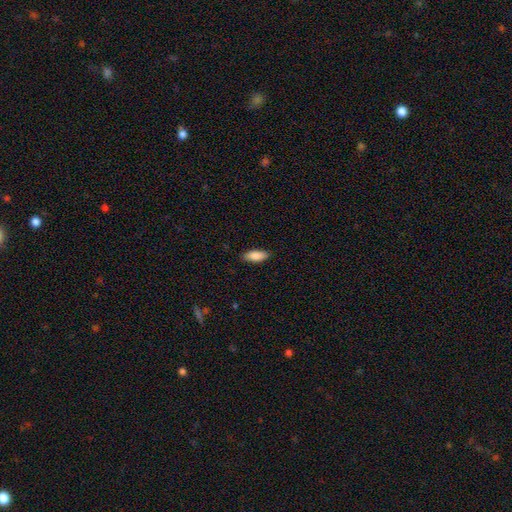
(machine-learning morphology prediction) A smooth galaxy with no disk features (88%) that is in between round and cigar-shaped (78%). Merging: none (87%).